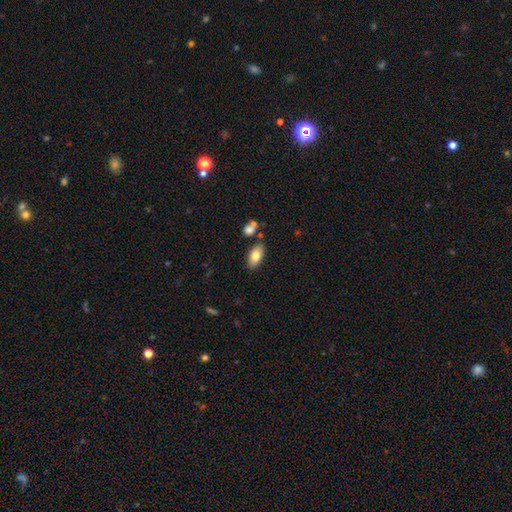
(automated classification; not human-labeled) This appears to be a smooth galaxy with no disk features (78%) that is in between round and cigar-shaped (92%). Merging: none (79%).